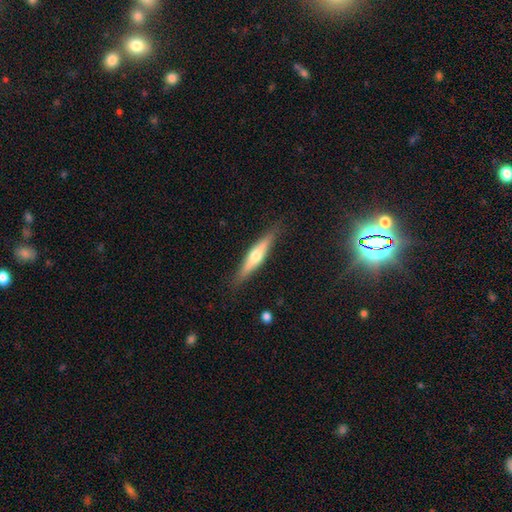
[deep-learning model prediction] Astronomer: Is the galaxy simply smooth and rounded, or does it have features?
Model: featured or disk — 53% (runner-up: smooth, 41%).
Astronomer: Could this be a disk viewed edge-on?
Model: yes — 93%.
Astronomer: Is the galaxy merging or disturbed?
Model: none — 86%.